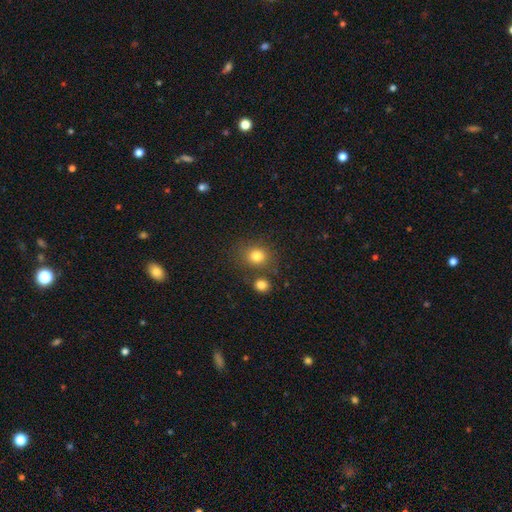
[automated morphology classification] This appears to be a smooth galaxy with no disk features (81%) that is round (74%). Merging: none (72%).